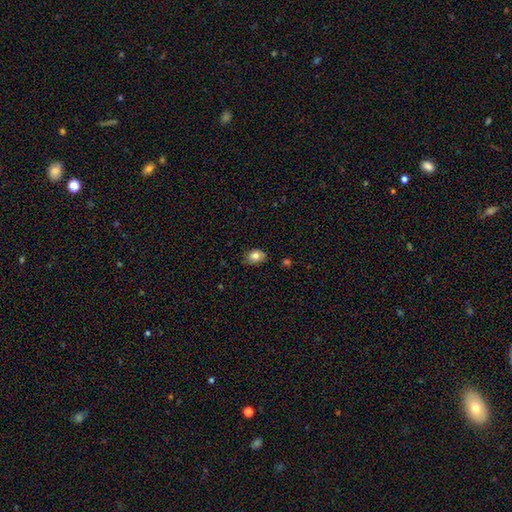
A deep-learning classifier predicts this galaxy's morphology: A smooth galaxy with no disk features (81%) that is in between round and cigar-shaped (72%).

Vote fractions:
- Smooth or featured? smooth: 81% / featured or disk: 10% / star or artifact: 9%
- How rounded? in between: 72% / round: 27% / cigar-shaped: 1%
- Merging? none: 75% / minor disturbance: 20% / major disturbance: 3% / merger: 1%